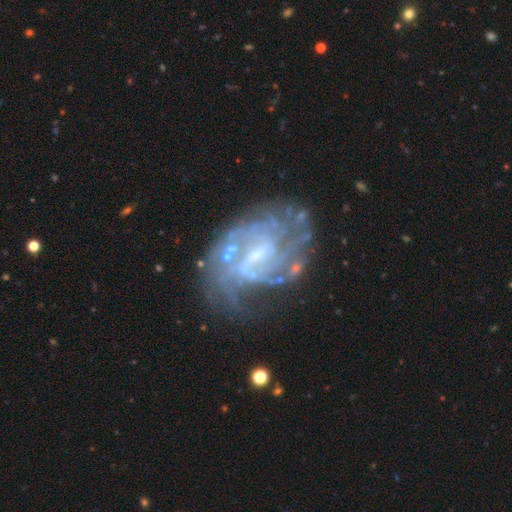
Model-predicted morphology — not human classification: A featured or disk galaxy (86%) with a weak bar (57%), tight (49%) spiral arms (91%) and a small central bulge (61%). Merging: none (60%).